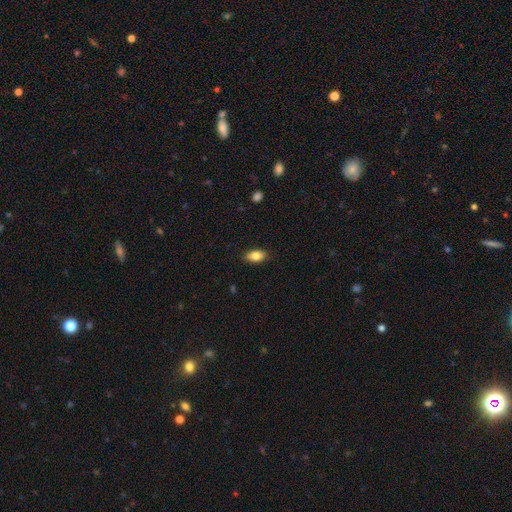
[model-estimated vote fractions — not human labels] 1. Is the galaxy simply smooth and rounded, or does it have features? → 84% smooth, 8% featured or disk, 8% star or artifact.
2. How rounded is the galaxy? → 91% in between, 6% round, 3% cigar-shaped.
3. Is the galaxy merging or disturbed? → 88% none, 9% minor disturbance, 2% major disturbance, 1% merger.